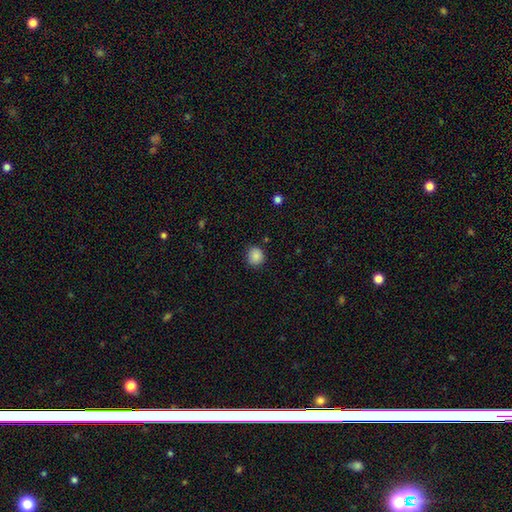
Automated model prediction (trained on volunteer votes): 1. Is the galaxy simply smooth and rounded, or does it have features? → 87% smooth, 9% star or artifact, 3% featured or disk.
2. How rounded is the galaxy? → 85% round, 14% in between, 1% cigar-shaped.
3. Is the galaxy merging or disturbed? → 86% none, 10% minor disturbance, 2% major disturbance, 1% merger.